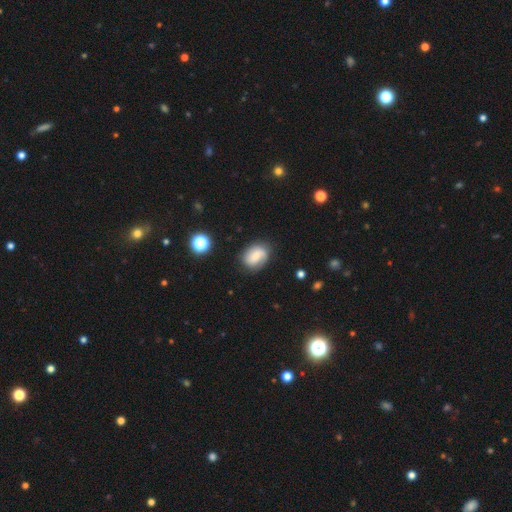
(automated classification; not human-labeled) Smooth or featured: smooth — 61% (featured or disk — 29%)
How rounded: in between — 67% (round — 32%)
Merging: none — 73% (minor disturbance — 19%)